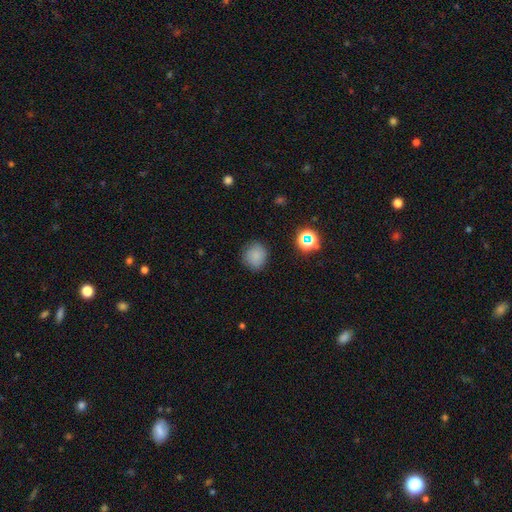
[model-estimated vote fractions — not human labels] smooth_or_featured: smooth (p=0.81) [alt: star or artifact p=0.13]
how_rounded: round (p=0.85) [alt: in between p=0.14]
merging: none (p=0.84) [alt: minor disturbance p=0.12]